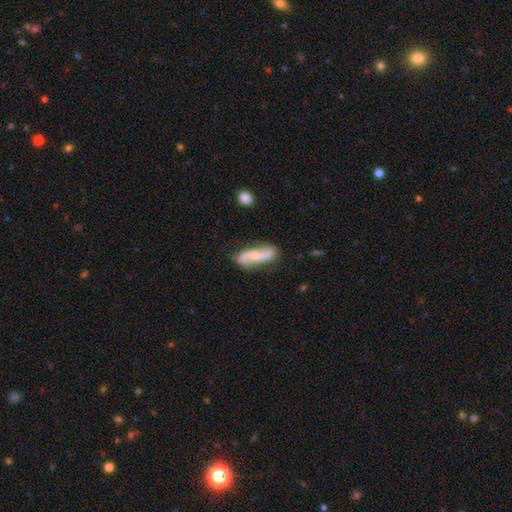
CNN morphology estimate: Smooth or featured? featured or disk (73%)
Edge-on disk? no (90%)
Bar? no (53%)
Spiral arms? yes (92%)
Spiral winding? loose (71%)
Spiral arm count? 2 (92%)
Bulge size? moderate (47%)
Merging? none (74%)